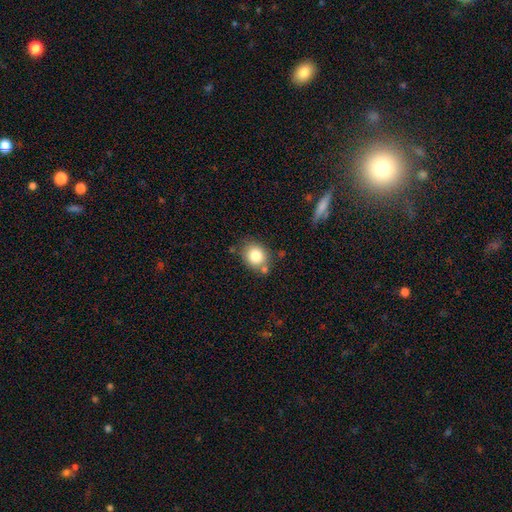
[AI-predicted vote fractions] This appears to be a smooth galaxy with no disk features (81%) that is round (64%). Merging: none (73%).